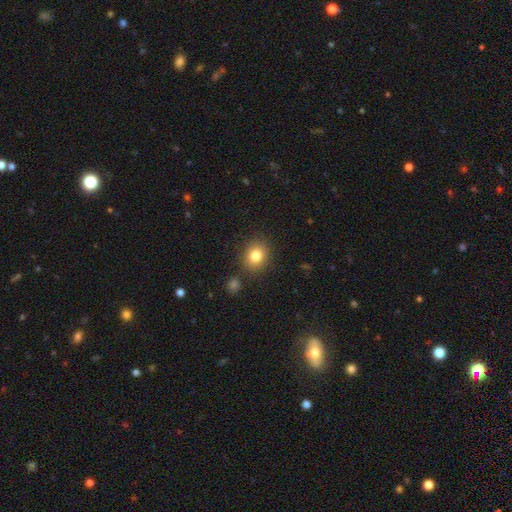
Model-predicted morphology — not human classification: Smooth or featured? Predicted: smooth (p=0.82). How rounded? Predicted: round (p=0.62). Merging? Predicted: none (p=0.85).